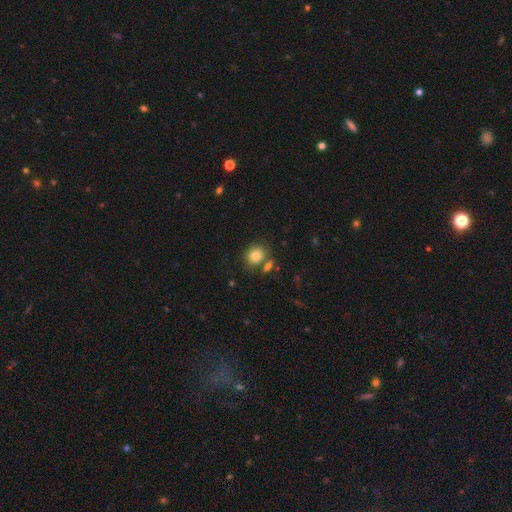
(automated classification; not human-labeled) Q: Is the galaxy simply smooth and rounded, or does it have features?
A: smooth — 82%.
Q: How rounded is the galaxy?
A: round — 64%.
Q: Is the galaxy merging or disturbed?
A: none — 69%.